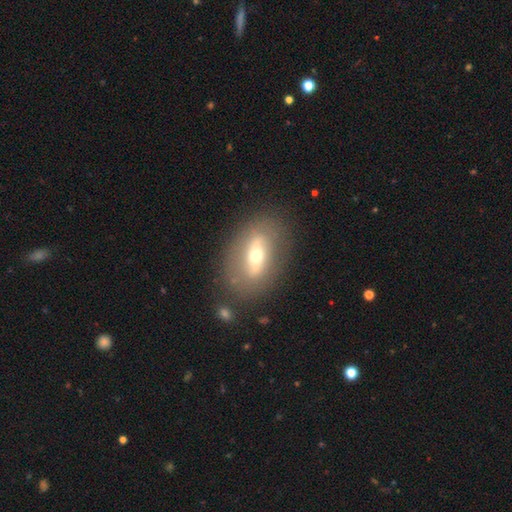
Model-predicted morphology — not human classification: smooth-or-featured: featured or disk: 53% | smooth: 38% | star or artifact: 8%
  disk-edge-on: no: 81% | yes: 19%
  merging: none: 79% | minor disturbance: 12% | major disturbance: 6% | merger: 2%